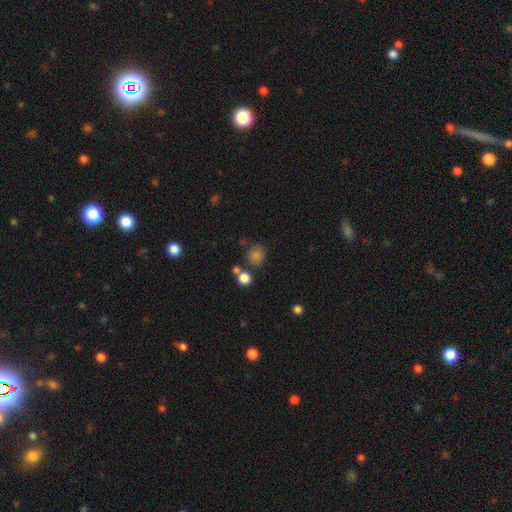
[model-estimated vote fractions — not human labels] Smooth or featured? Predicted: smooth (p=0.74). How rounded? Predicted: round (p=0.87). Merging? Predicted: none (p=0.75).